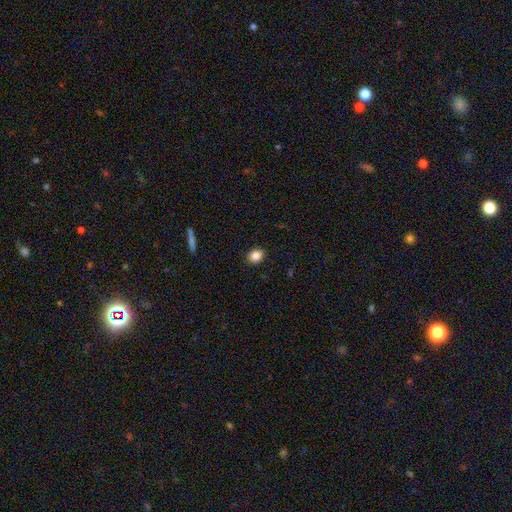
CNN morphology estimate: This appears to be a smooth galaxy with no disk features (86%) that is round (52%). Merging: none (89%).